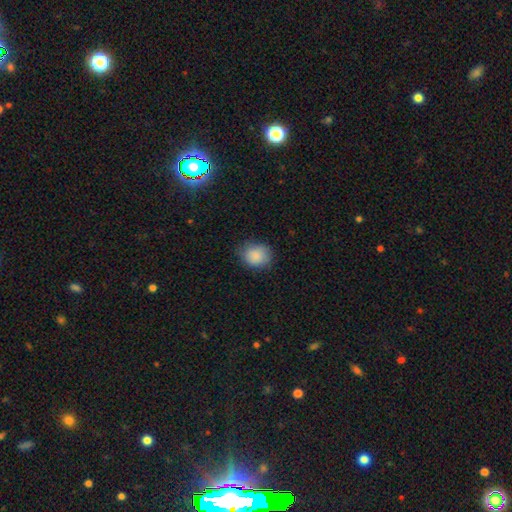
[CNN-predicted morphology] Smooth or featured?
  - smooth: 88% *
  - star or artifact: 8%
  - featured or disk: 5%
How rounded?
  - round: 61% *
  - in between: 38%
  - cigar-shaped: 1%
Merging?
  - none: 76% *
  - minor disturbance: 19%
  - major disturbance: 4%
  - merger: 1%